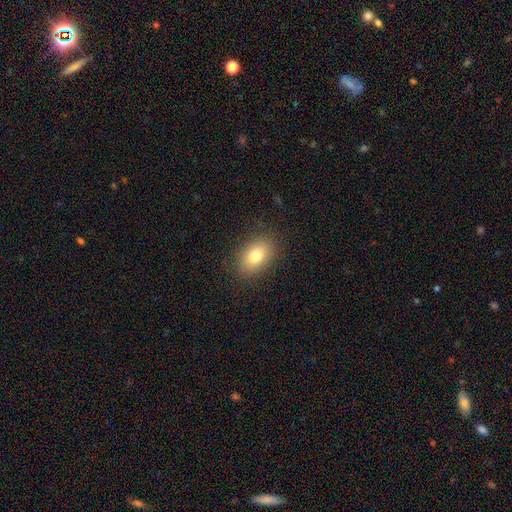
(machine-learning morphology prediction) Q: Smooth or featured?
A: smooth (78%); runner-up: featured or disk (12%)
Q: How rounded?
A: in between (81%); runner-up: round (17%)
Q: Merging?
A: none (87%); runner-up: minor disturbance (9%)